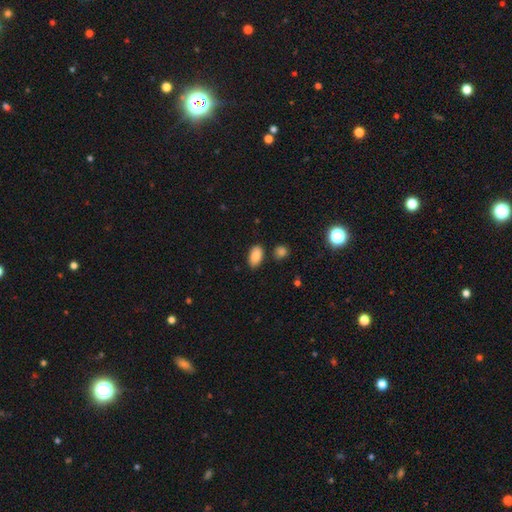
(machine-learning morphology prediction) smooth_or_featured: smooth (p=0.87) [alt: star or artifact p=0.08]
how_rounded: in between (p=0.93) [alt: round p=0.05]
merging: none (p=0.82) [alt: minor disturbance p=0.11]